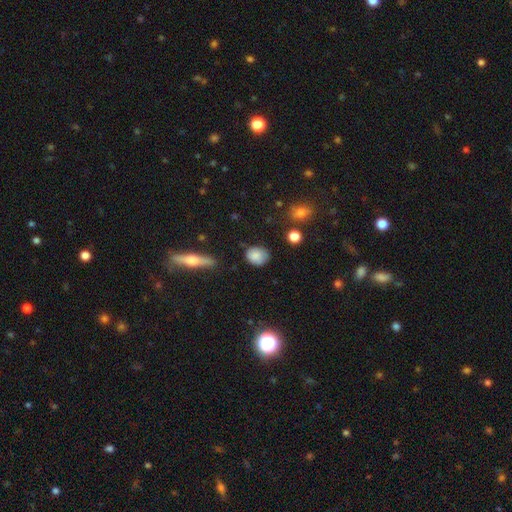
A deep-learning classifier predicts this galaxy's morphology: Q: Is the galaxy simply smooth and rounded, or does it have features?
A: smooth — 83%.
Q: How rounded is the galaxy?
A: round — 54%.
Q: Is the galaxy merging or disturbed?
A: none — 66%.